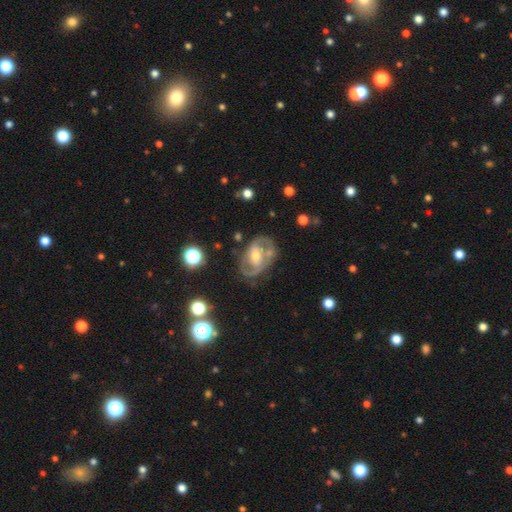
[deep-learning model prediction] This is clearly a featured or disk galaxy (81%). It is clearly not viewed edge-on (96%). Bar: marginally no (43%). Spiral arm pattern: clearly yes (80%). Spiral arm count: likely 2 (77%). Spiral winding: possibly medium (49%). Central bulge: likely moderate (62%). Merging: likely none (67%).